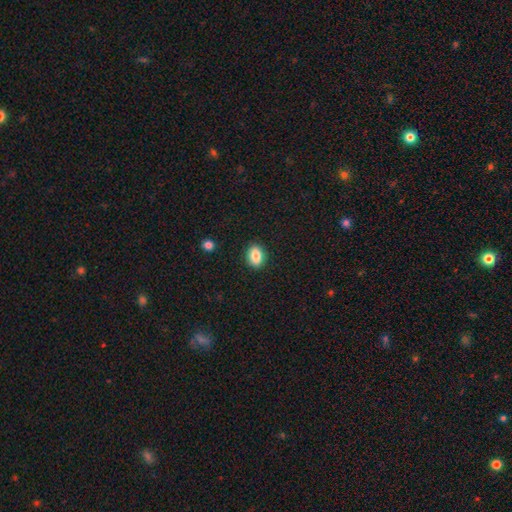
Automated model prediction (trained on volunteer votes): Q: Smooth or featured?
A: smooth (86%); runner-up: star or artifact (8%)
Q: How rounded?
A: in between (77%); runner-up: round (22%)
Q: Merging?
A: none (89%); runner-up: minor disturbance (8%)